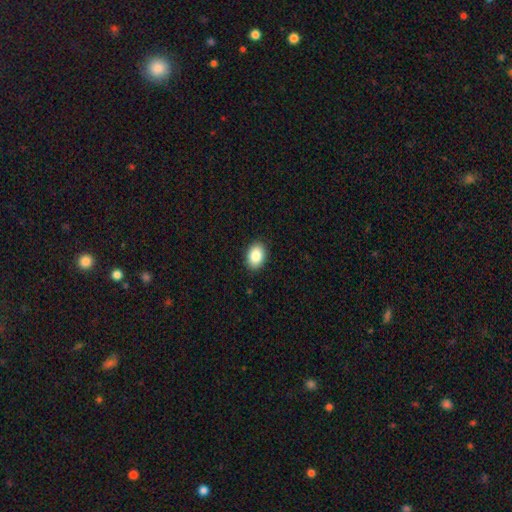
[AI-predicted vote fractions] Smooth or featured? smooth (87%)
How rounded? in between (84%)
Merging? none (90%)